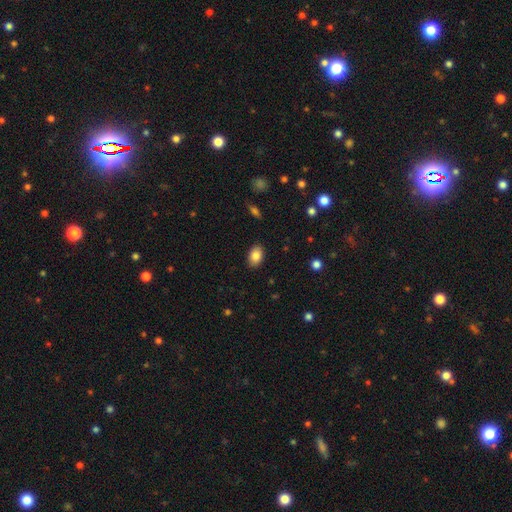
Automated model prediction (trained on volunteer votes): This appears to be a smooth galaxy with no disk features (85%) that is in between round and cigar-shaped (85%). Merging: none (89%).